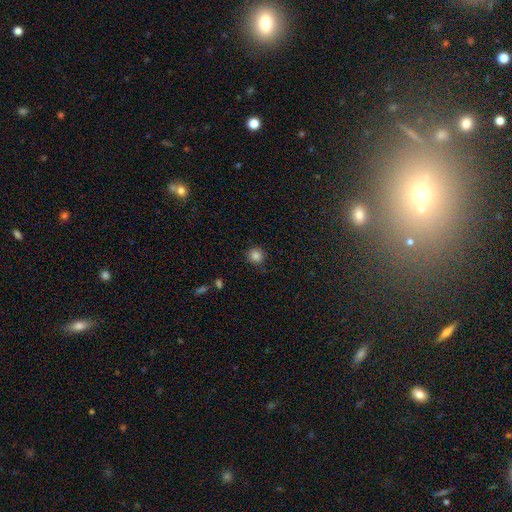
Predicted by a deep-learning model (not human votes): Morphology: type=smooth (84%); roundness=round (91%); merging=none (87%).